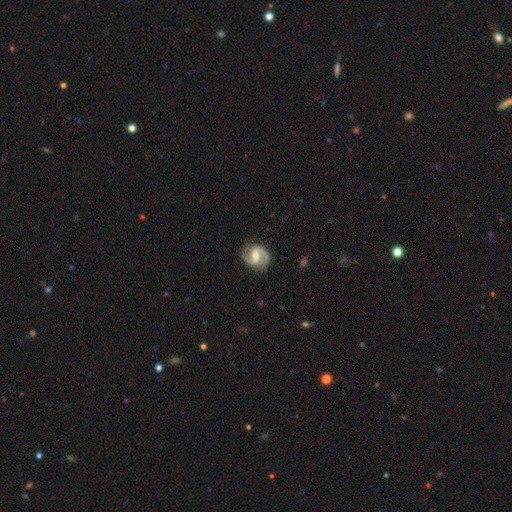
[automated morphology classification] A featured or disk galaxy (90%) with a weak bar (47%), 2 (94%) medium (58%) spiral arms (97%) and a moderate central bulge (61%).

Vote fractions:
- Smooth or featured? featured or disk: 90% / smooth: 6% / star or artifact: 4%
- Edge-on disk? no: 98% / yes: 2%
- Bar? weak: 47% / no: 30% / strong: 23%
- Spiral arms? yes: 97% / no: 3%
- Spiral winding? medium: 58% / tight: 25% / loose: 16%
- Spiral arm count? 2: 94% / can't tell: 2% / 1: 2% / 3: 1% / 4: 1% / more than 4: 1%
- Bulge size? moderate: 61% / small: 34% / large: 3% / none: 2% / dominant: 1%
- Merging? none: 85% / minor disturbance: 11% / major disturbance: 3% / merger: 1%